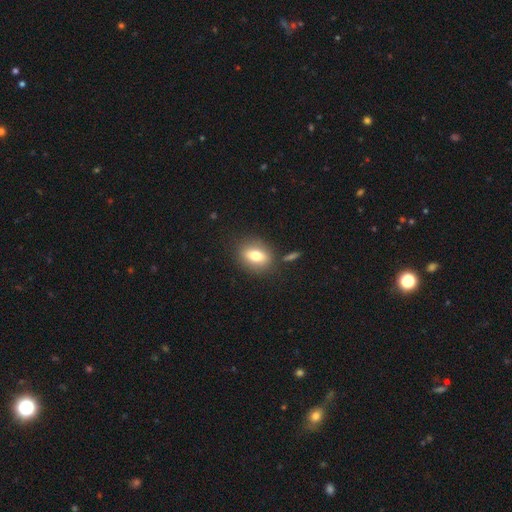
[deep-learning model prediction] The model was most divided on "how rounded": in between: 67%, round: 29%, cigar-shaped: 4%. More confident: merging — none (82%); smooth or featured — smooth (72%).